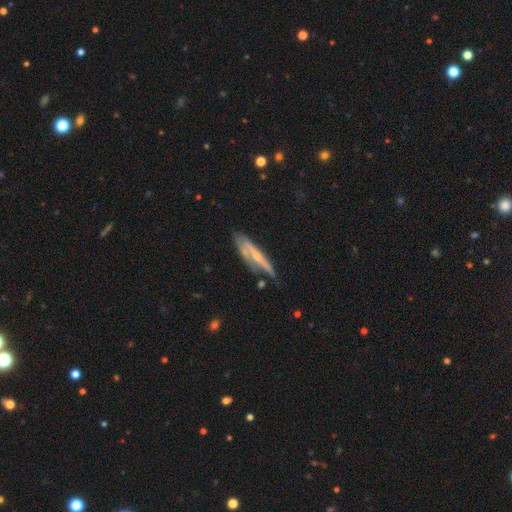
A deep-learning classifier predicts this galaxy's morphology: Smooth or featured? Predicted: featured or disk (p=0.63). Edge-on disk? Predicted: yes (p=0.68). Merging? Predicted: none (p=0.52).